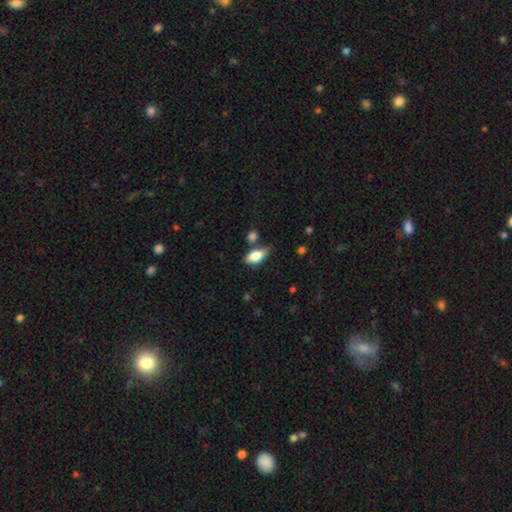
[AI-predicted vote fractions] Morphology: type=smooth (78%); roundness=in between (88%); merging=none (55%).